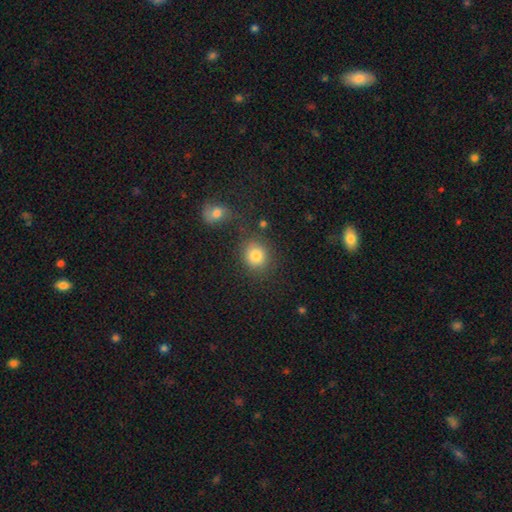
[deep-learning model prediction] smooth-or-featured: smooth: 82% | star or artifact: 11% | featured or disk: 7%
  how-rounded: round: 75% | in between: 24% | cigar-shaped: 1%
  merging: none: 76% | minor disturbance: 11% | merger: 9% | major disturbance: 4%